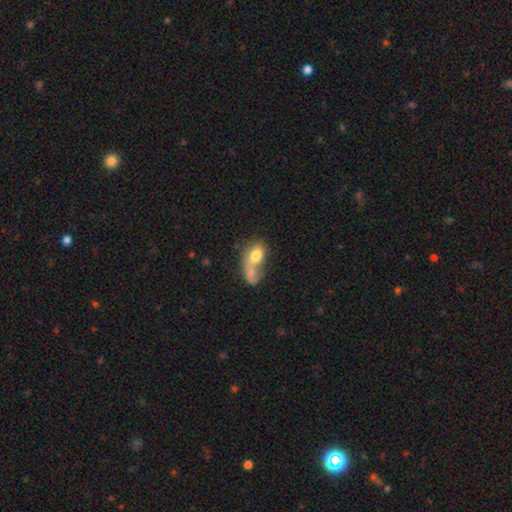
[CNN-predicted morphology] A smooth galaxy with no disk features (72%) that is in between round and cigar-shaped (80%). Merging: merger (65%).